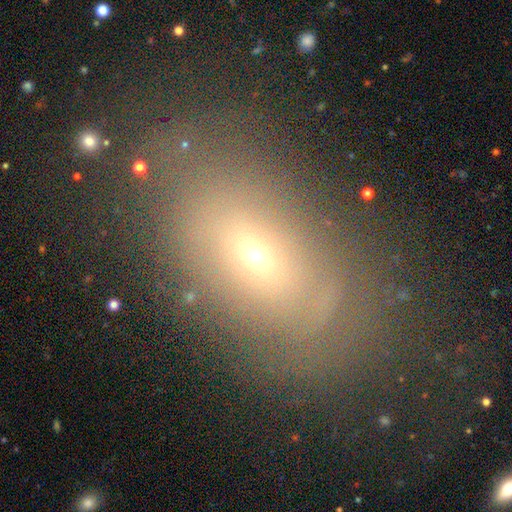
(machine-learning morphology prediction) This is marginally a smooth galaxy (45%). Merging: likely none (71%).